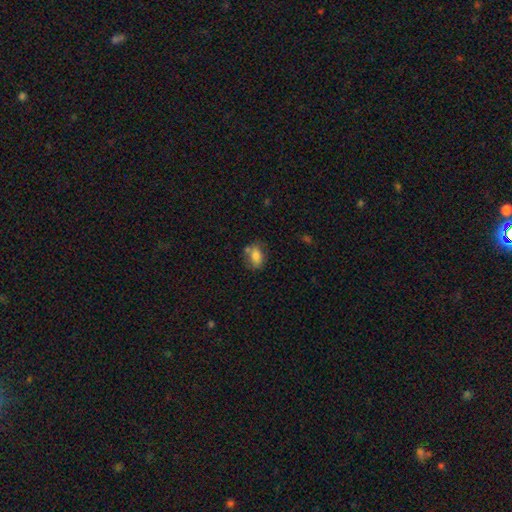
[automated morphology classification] This is likely a smooth galaxy (78%). How rounded: likely in between (78%). Merging: possibly none (60%).